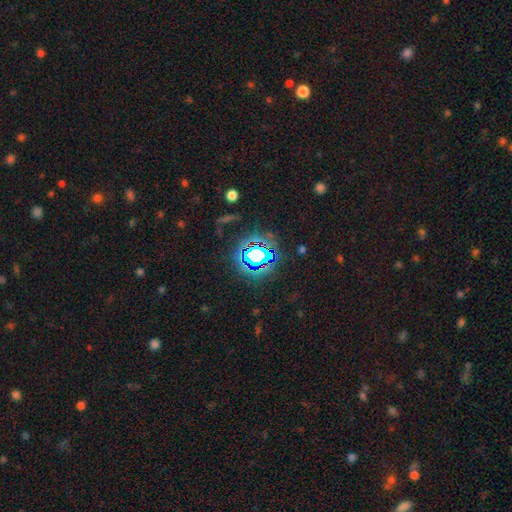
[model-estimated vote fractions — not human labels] Overall: star or artifact (69%).